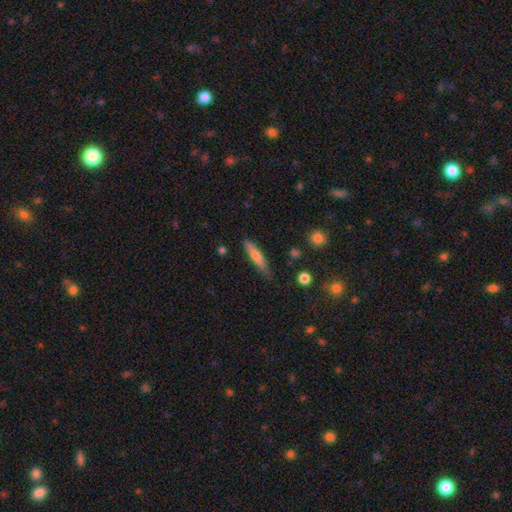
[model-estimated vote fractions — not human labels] A smooth galaxy with no disk features (68%) that is cigar-shaped (86%). Merging: none (74%).